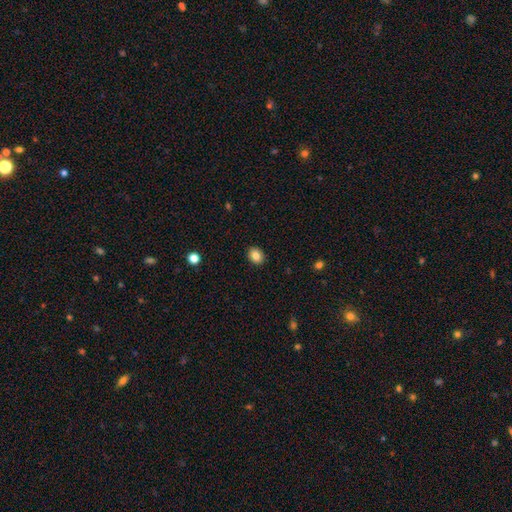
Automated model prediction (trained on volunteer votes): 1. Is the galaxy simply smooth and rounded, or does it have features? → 84% smooth, 10% star or artifact, 6% featured or disk.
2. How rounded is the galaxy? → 54% round, 46% in between, 1% cigar-shaped.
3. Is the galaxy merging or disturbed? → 90% none, 7% minor disturbance, 2% major disturbance, 1% merger.